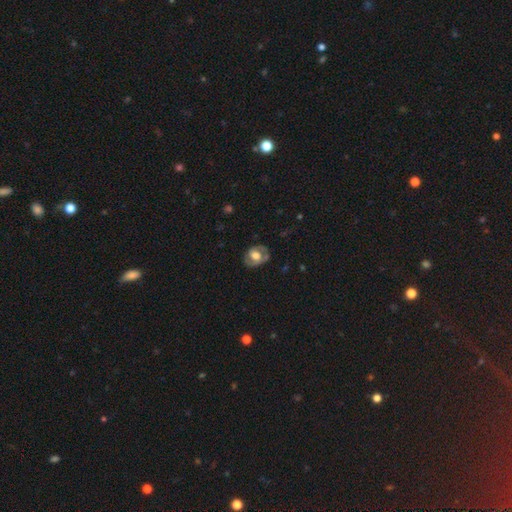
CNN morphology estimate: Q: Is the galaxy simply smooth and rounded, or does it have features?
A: featured or disk — 61%.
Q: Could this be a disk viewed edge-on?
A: no — 95%.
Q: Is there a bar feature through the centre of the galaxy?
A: no — 59%.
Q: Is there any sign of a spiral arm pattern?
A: yes — 63%.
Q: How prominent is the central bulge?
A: large — 46%.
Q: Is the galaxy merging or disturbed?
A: none — 75%.